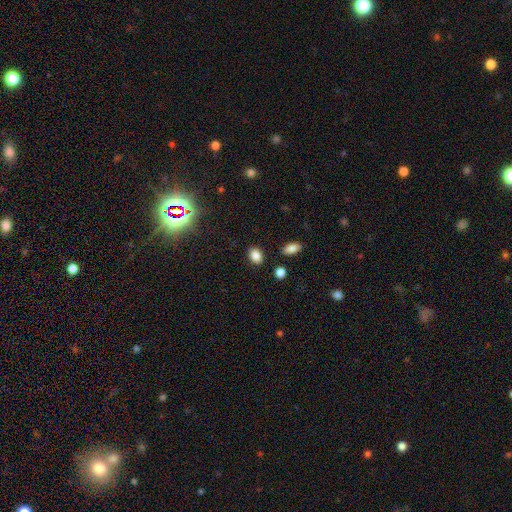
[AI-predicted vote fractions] This appears to be a smooth galaxy with no disk features (85%) that is in between round and cigar-shaped (74%). Merging: none (84%).